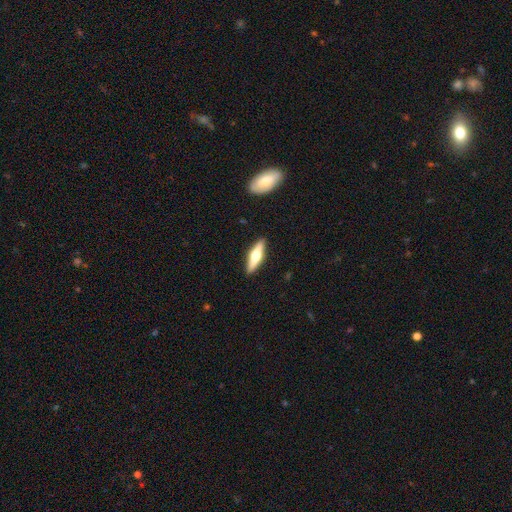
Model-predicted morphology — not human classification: Overall: featured or disk (57%; smooth 37%). Edge-on disk: yes (94%). Edge-on bulge: rounded (94%). Merging: none (90%).